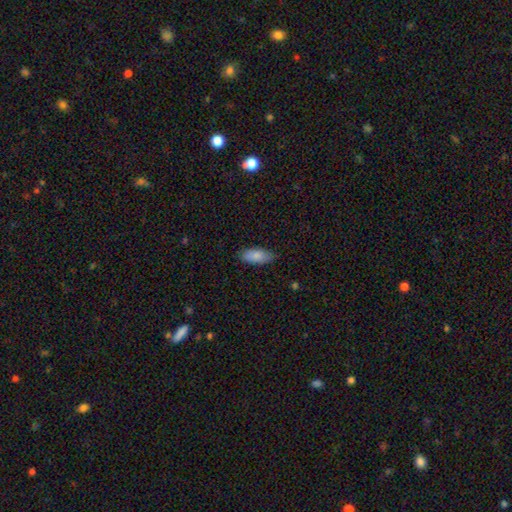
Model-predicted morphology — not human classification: This appears to be a smooth galaxy with no disk features (87%) that is in between round and cigar-shaped (85%). Merging: none (83%).